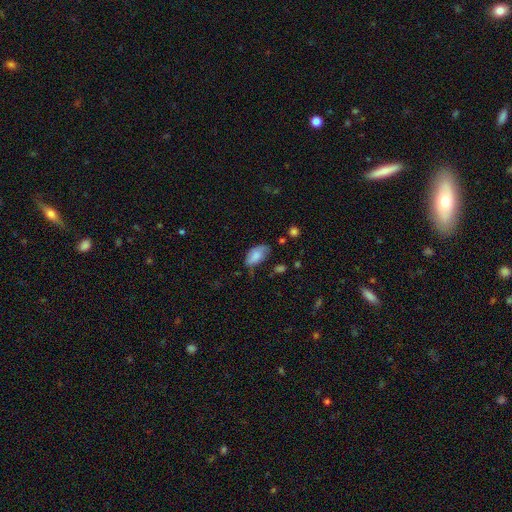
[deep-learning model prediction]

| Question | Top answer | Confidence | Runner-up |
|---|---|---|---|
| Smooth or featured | smooth | 75% | featured or disk (18%) |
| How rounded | in between | 93% | round (5%) |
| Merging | none | 43% | minor disturbance (38%) |